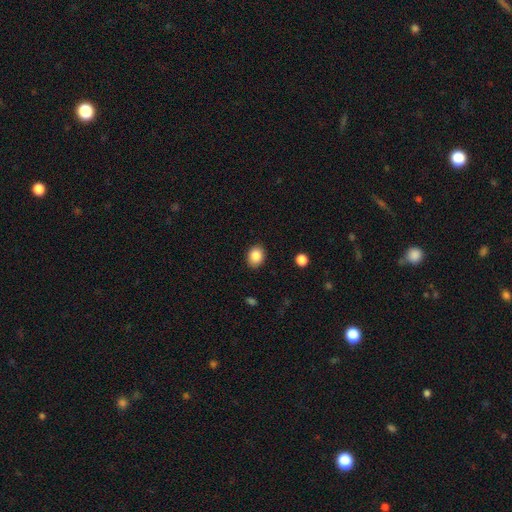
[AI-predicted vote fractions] Smooth or featured? Predicted: smooth (p=0.87). How rounded? Predicted: in between (p=0.54). Merging? Predicted: none (p=0.89).